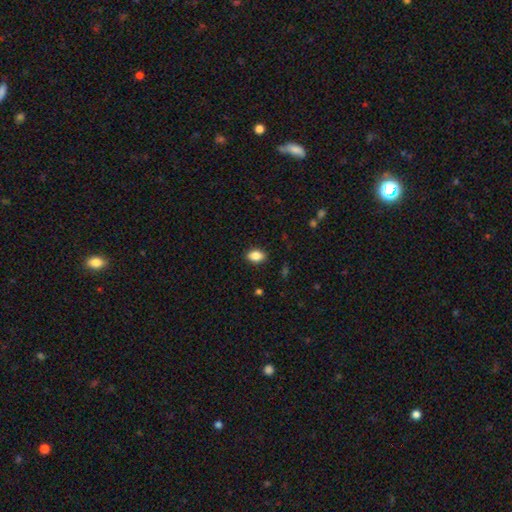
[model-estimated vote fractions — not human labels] Morphology: type=smooth (87%); roundness=in between (85%); merging=none (88%).